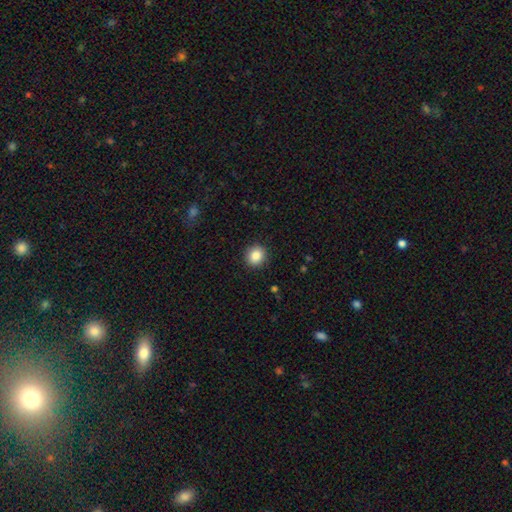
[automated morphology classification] smooth-or-featured: smooth: 86% | star or artifact: 9% | featured or disk: 5%
  how-rounded: round: 83% | in between: 16% | cigar-shaped: 1%
  merging: none: 91% | minor disturbance: 6% | major disturbance: 2% | merger: 1%